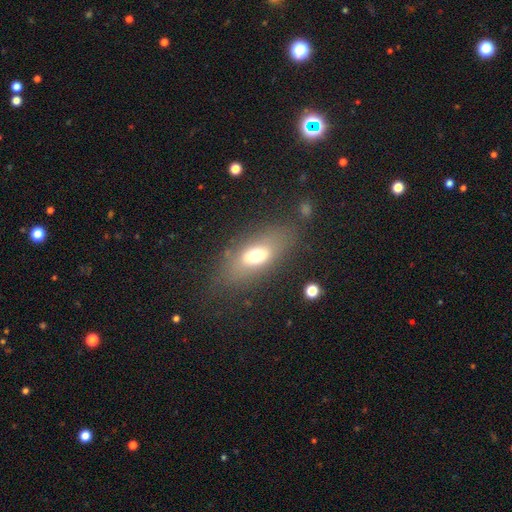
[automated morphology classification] type=smooth (63%); roundness=in between (80%); merging=none (73%).